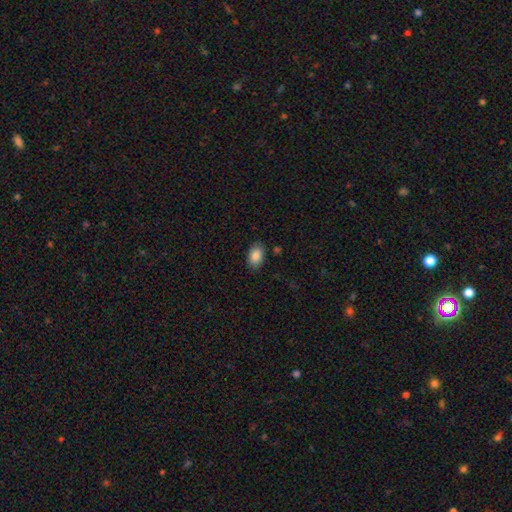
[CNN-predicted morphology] type=smooth (86%); roundness=in between (89%); merging=none (85%).